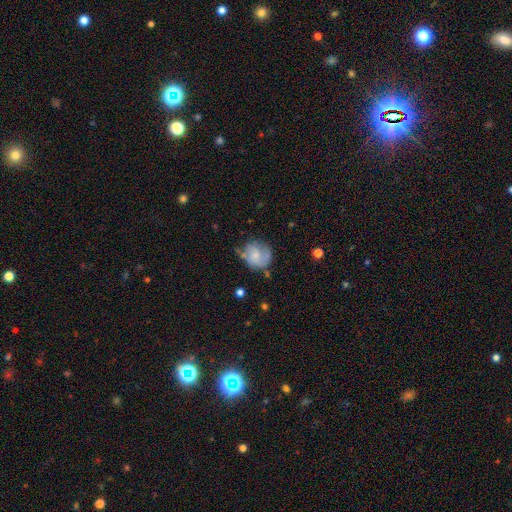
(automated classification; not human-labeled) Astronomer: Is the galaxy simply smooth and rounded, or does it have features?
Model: smooth — 46%, tied with featured or disk at 46%.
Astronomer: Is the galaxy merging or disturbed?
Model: none — 51% (runner-up: minor disturbance, 29%).